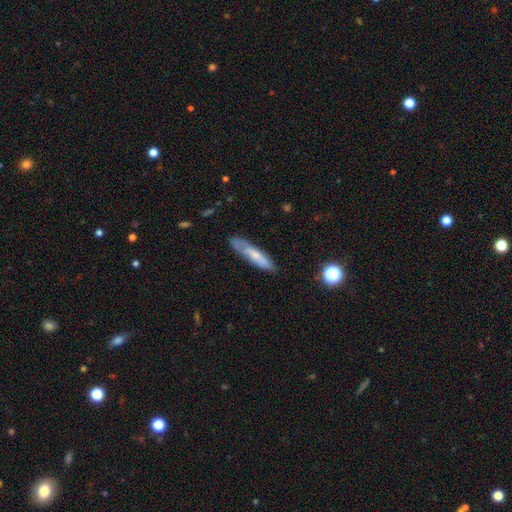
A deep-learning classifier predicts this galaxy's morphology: Smooth or featured?
  - smooth: 58% *
  - featured or disk: 35%
  - star or artifact: 7%
How rounded?
  - cigar-shaped: 78% *
  - in between: 20%
  - round: 2%
Merging?
  - none: 69% *
  - minor disturbance: 22%
  - major disturbance: 6%
  - merger: 3%